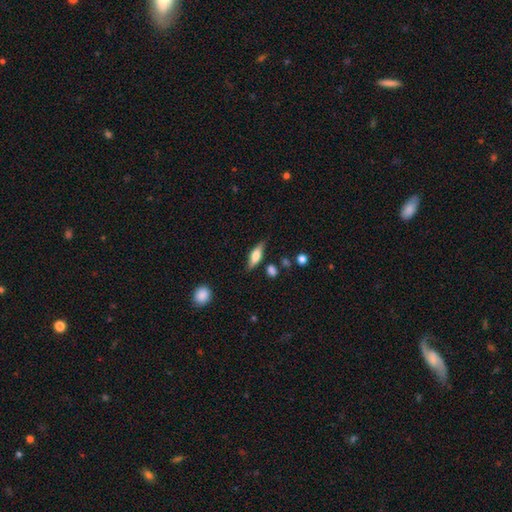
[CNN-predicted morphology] A smooth galaxy with no disk features (55%) that is in between round and cigar-shaped (54%).

Vote fractions:
- Smooth or featured? smooth: 55% / featured or disk: 38% / star or artifact: 7%
- How rounded? in between: 54% / cigar-shaped: 43% / round: 3%
- Merging? none: 76% / minor disturbance: 17% / major disturbance: 4% / merger: 3%